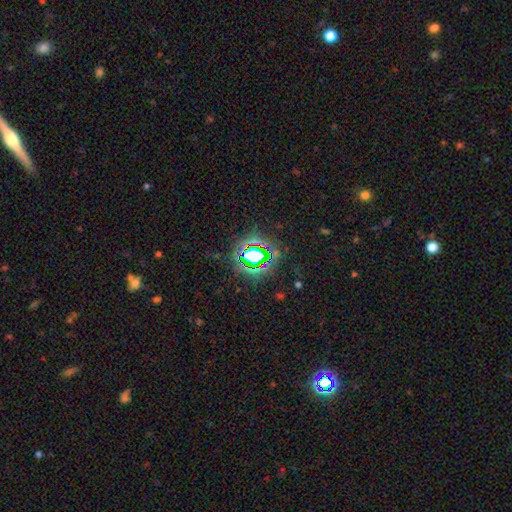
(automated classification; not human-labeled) This is likely a star or artifact rather than a galaxy (70%).